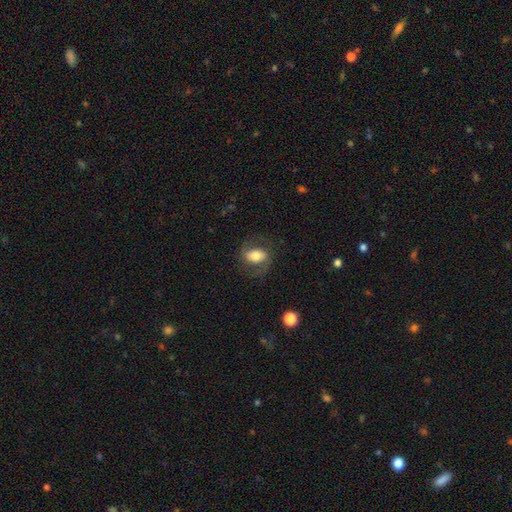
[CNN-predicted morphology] Smooth or featured? smooth (47%)
Merging? none (71%)